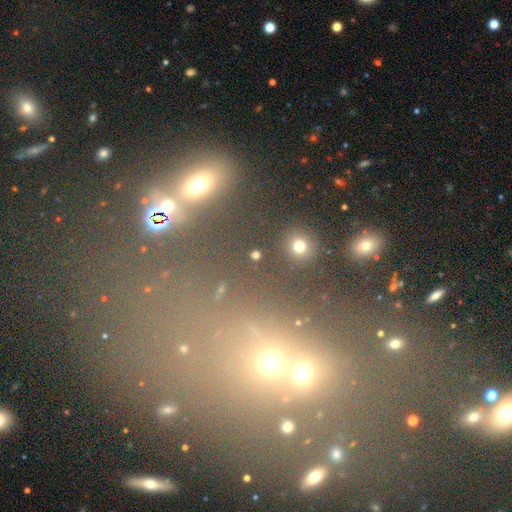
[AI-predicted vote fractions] Smooth or featured?
  - smooth: 67% *
  - star or artifact: 24%
  - featured or disk: 9%
How rounded?
  - round: 75% *
  - in between: 22%
  - cigar-shaped: 3%
Merging?
  - none: 84% *
  - minor disturbance: 7%
  - merger: 6%
  - major disturbance: 4%